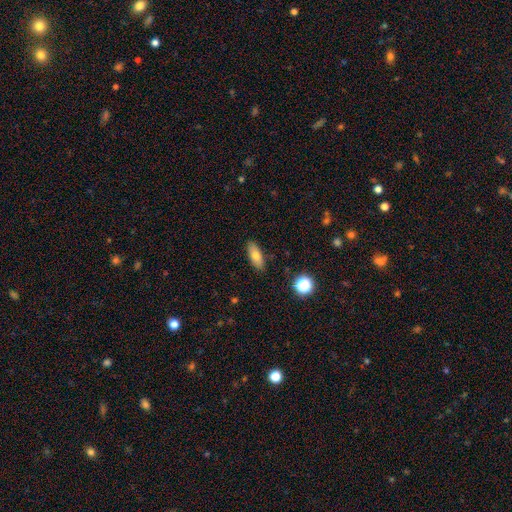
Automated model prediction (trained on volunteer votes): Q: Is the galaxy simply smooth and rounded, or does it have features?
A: smooth — 73%.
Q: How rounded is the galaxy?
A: in between — 71%.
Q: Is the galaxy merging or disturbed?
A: none — 87%.